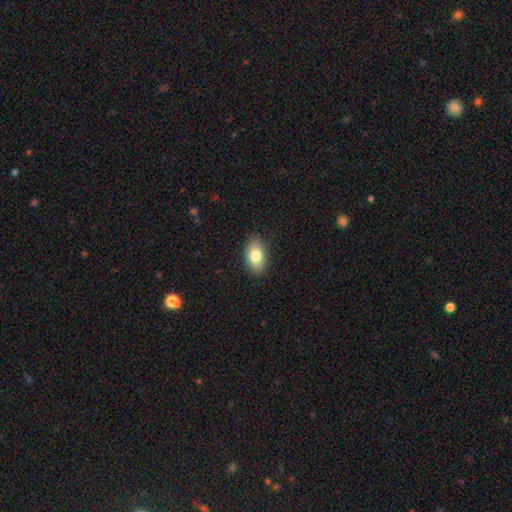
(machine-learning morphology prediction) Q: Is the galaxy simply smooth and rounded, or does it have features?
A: smooth — 81%.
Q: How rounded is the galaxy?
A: in between — 91%.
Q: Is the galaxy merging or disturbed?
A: none — 87%.